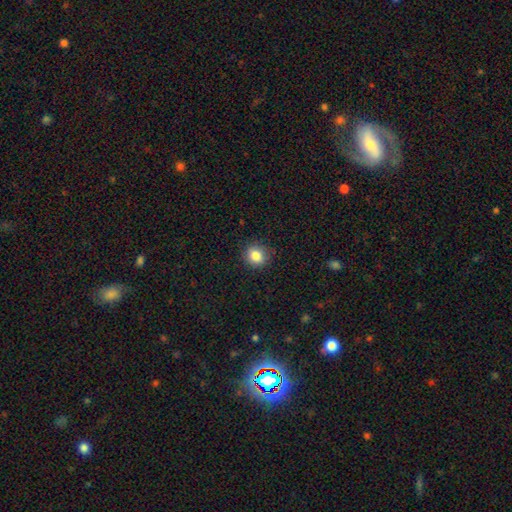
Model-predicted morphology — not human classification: A smooth galaxy with no disk features (84%) that is round (82%).

Vote fractions:
- Smooth or featured? smooth: 84% / star or artifact: 10% / featured or disk: 6%
- How rounded? round: 82% / in between: 18% / cigar-shaped: 1%
- Merging? none: 89% / minor disturbance: 8% / major disturbance: 2% / merger: 1%